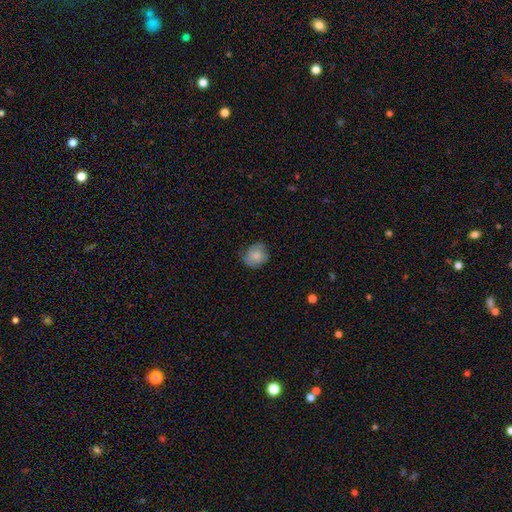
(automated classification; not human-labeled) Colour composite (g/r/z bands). It shows a smooth galaxy with no disk features (74%) that is round (74%). Merging: none (64%).